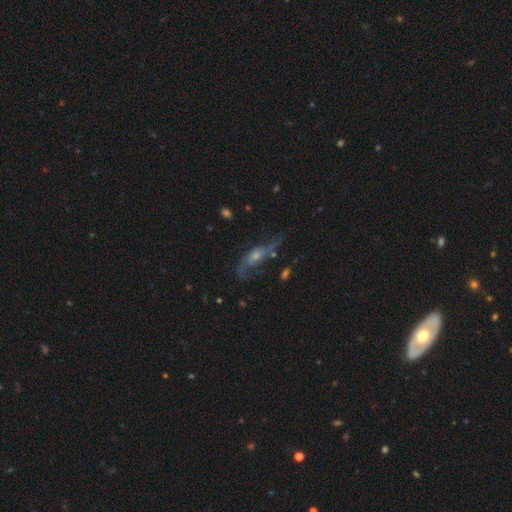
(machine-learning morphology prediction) Smooth or featured: featured or disk — 74% (smooth — 15%)
Edge-on disk: no — 81% (yes — 19%)
Bar: no — 64% (weak — 27%)
Spiral arms: yes — 86% (no — 14%)
Spiral winding: loose — 62% (medium — 29%)
Spiral arm count: 2 — 78% (can't tell — 10%)
Bulge size: small — 47% (moderate — 41%)
Merging: none — 56% (major disturbance — 20%)